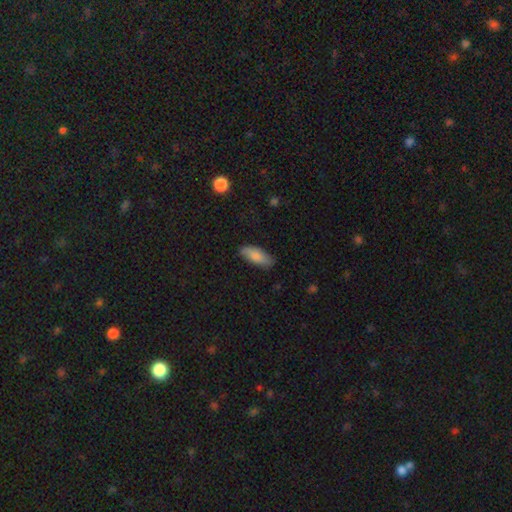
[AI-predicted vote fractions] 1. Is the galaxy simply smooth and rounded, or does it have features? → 82% smooth, 12% featured or disk, 6% star or artifact.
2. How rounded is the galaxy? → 77% in between, 21% cigar-shaped, 2% round.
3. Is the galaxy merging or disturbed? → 81% none, 15% minor disturbance, 3% major disturbance, 1% merger.